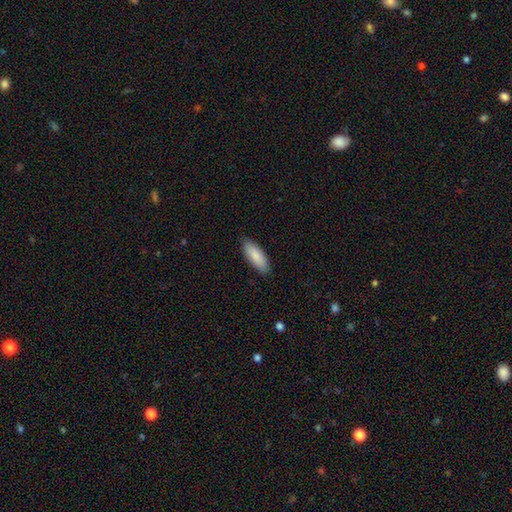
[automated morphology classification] smooth-or-featured: smooth: 87% | featured or disk: 7% | star or artifact: 5%
  how-rounded: in between: 69% | cigar-shaped: 29% | round: 1%
  merging: none: 87% | minor disturbance: 10% | major disturbance: 2% | merger: 1%